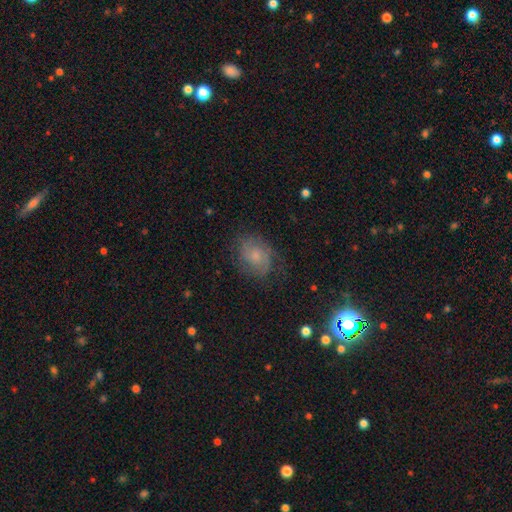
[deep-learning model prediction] Smooth or featured? featured or disk (52%)
Edge-on disk? no (97%)
Bar? no (73%)
Spiral arms? yes (84%)
Bulge size? small (57%)
Merging? none (68%)